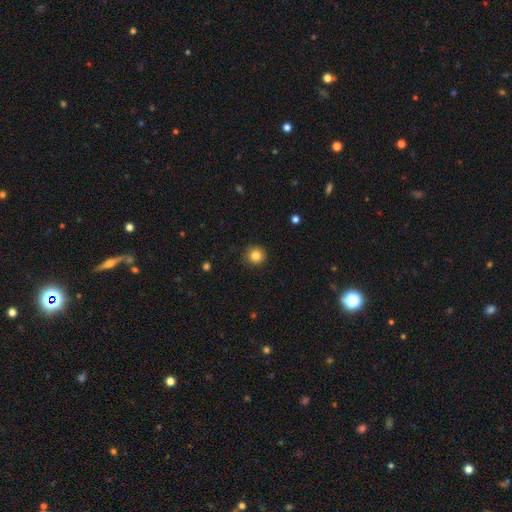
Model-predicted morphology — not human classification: Smooth or featured?
  - smooth: 84% *
  - star or artifact: 11%
  - featured or disk: 6%
How rounded?
  - round: 94% *
  - in between: 5%
  - cigar-shaped: 1%
Merging?
  - none: 91% *
  - minor disturbance: 6%
  - major disturbance: 2%
  - merger: 1%